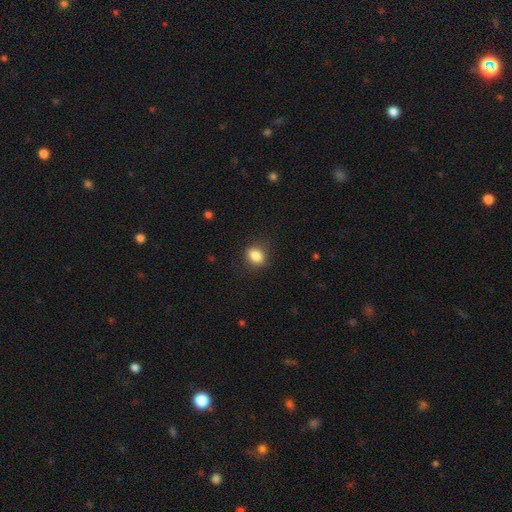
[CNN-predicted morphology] A smooth galaxy with no disk features (85%) that is in between round and cigar-shaped (62%).

Vote fractions:
- Smooth or featured? smooth: 85% / star or artifact: 9% / featured or disk: 5%
- How rounded? in between: 62% / round: 37% / cigar-shaped: 1%
- Merging? none: 85% / minor disturbance: 11% / major disturbance: 3% / merger: 1%